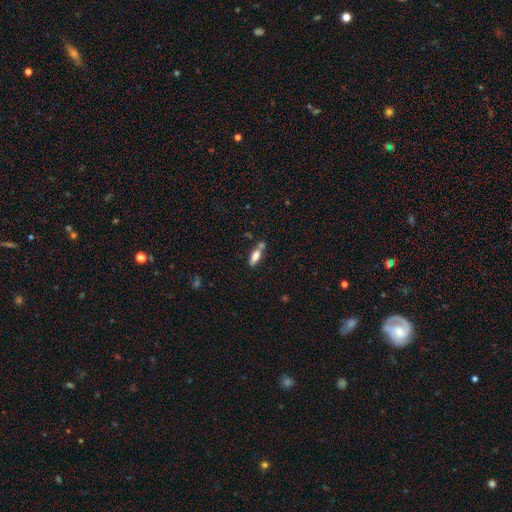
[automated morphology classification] The model was most divided on "how rounded": in between: 61%, cigar-shaped: 36%, round: 3%. More confident: smooth or featured — smooth (68%); merging — none (57%).